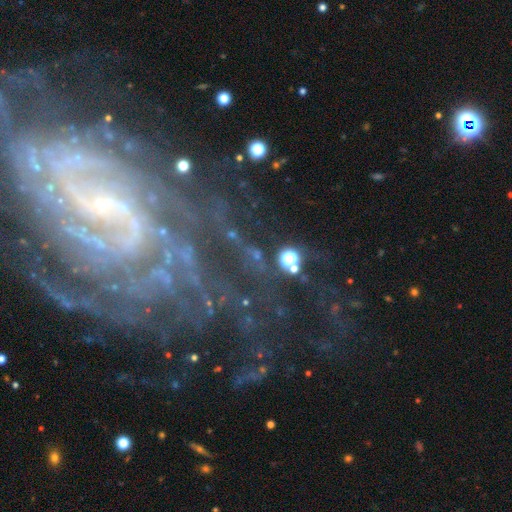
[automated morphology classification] Smooth or featured: featured or disk — 40% (tied with star or artifact — 40%)
Merging: none — 66% (minor disturbance — 15%)